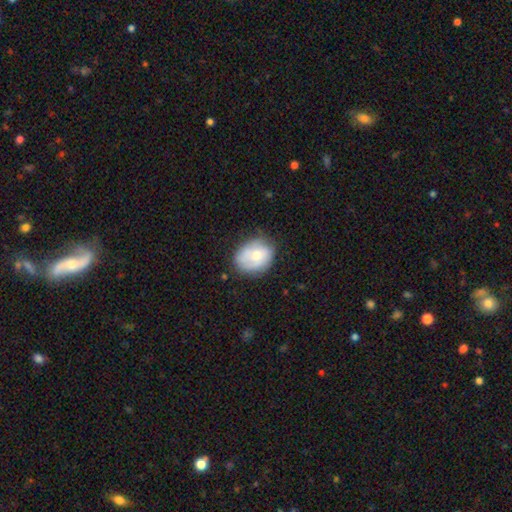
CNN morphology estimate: smooth 61%, featured or disk 32%, star or artifact 7%. Down the decision tree: how rounded — round (50%); merging — none (63%).